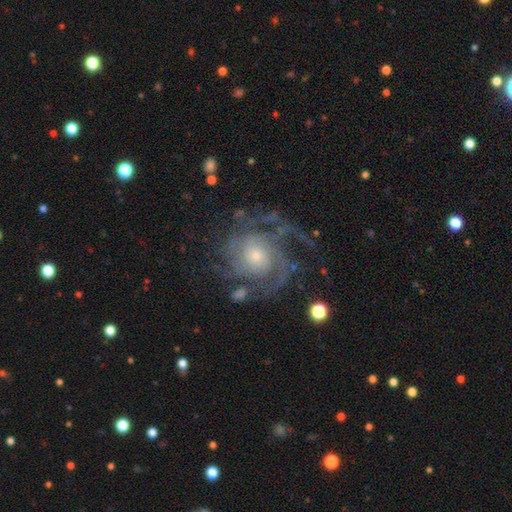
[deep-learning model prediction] Smooth or featured? featured or disk (87%)
Edge-on disk? no (98%)
Bar? no (75%)
Spiral arms? yes (96%)
Spiral winding? tight (53%)
Spiral arm count? can't tell (25%)
Bulge size? small (53%)
Merging? none (61%)